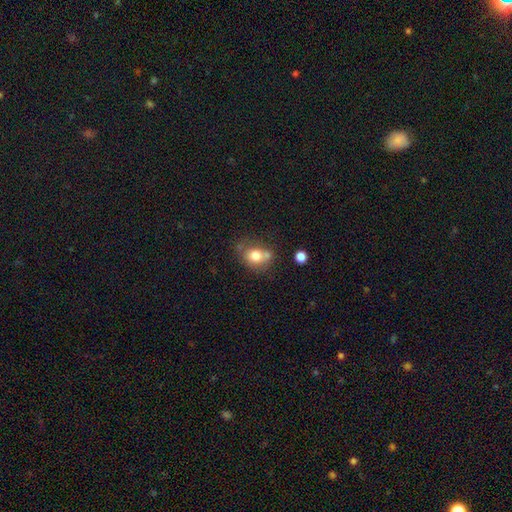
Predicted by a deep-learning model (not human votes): A smooth galaxy with no disk features (75%) that is round (54%).

Vote fractions:
- Smooth or featured? smooth: 75% / featured or disk: 15% / star or artifact: 10%
- How rounded? round: 54% / in between: 45% / cigar-shaped: 1%
- Merging? none: 46% / merger: 26% / minor disturbance: 20% / major disturbance: 8%